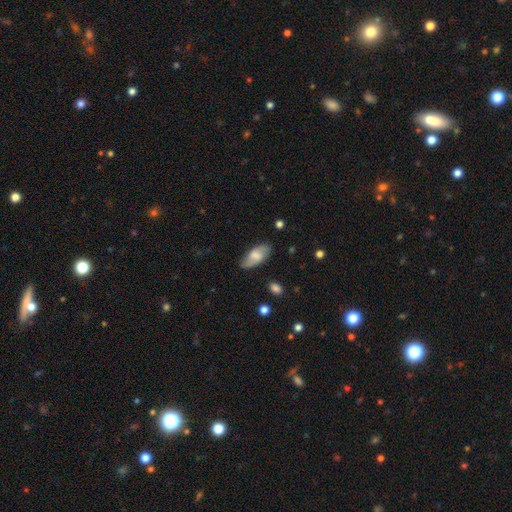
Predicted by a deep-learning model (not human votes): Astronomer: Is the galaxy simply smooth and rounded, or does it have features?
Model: smooth — 60%.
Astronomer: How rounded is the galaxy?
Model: in between — 89%.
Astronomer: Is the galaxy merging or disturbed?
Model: none — 78%.